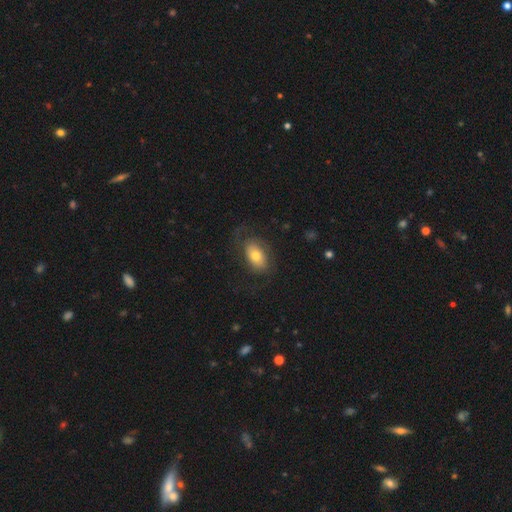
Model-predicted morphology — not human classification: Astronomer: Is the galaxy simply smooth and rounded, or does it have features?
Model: smooth — 53% (runner-up: featured or disk, 40%).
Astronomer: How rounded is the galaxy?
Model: in between — 88%.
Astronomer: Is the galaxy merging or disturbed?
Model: none — 61%.